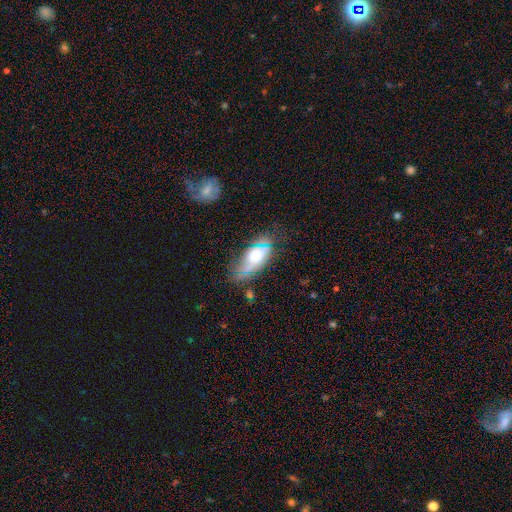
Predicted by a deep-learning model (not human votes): Smooth or featured?
  - featured or disk: 51% *
  - smooth: 38%
  - star or artifact: 11%
Edge-on disk?
  - no: 79% *
  - yes: 21%
Merging?
  - none: 58% *
  - minor disturbance: 26%
  - major disturbance: 12%
  - merger: 4%